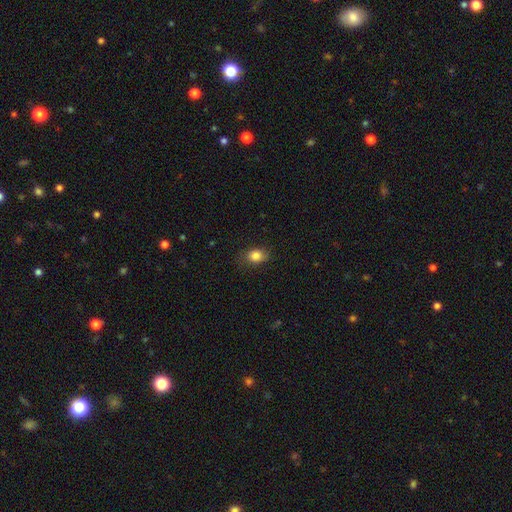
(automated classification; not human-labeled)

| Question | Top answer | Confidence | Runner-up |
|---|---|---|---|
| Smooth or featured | smooth | 85% | star or artifact (9%) |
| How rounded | in between | 67% | round (32%) |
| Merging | none | 75% | minor disturbance (19%) |